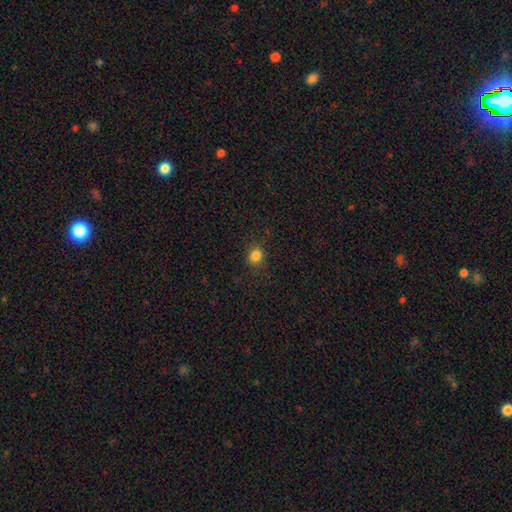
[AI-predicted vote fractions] smooth_or_featured: smooth (p=0.83) [alt: star or artifact p=0.13]
how_rounded: round (p=0.81) [alt: in between p=0.18]
merging: none (p=0.86) [alt: minor disturbance p=0.09]